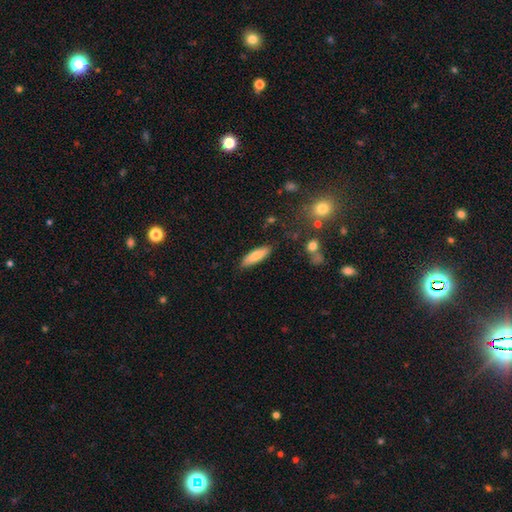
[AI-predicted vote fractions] The model was most divided on "how rounded": cigar-shaped: 57%, in between: 41%, round: 2%. More confident: merging — none (85%); smooth or featured — smooth (78%).